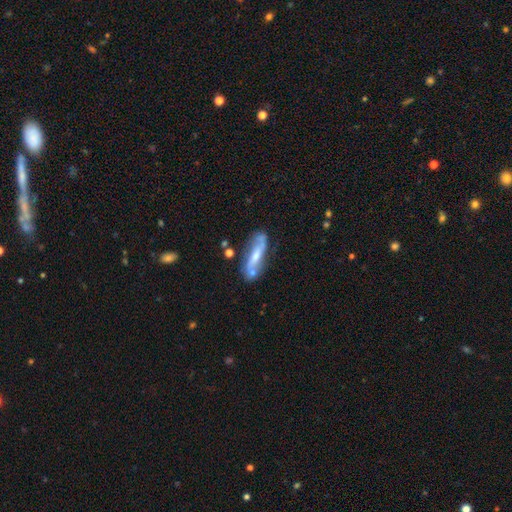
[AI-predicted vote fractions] A featured or disk galaxy (60%).

Vote fractions:
- Smooth or featured? featured or disk: 60% / smooth: 33% / star or artifact: 7%
- Edge-on disk? no: 69% / yes: 31%
- Merging? none: 60% / minor disturbance: 22% / merger: 11% / major disturbance: 8%